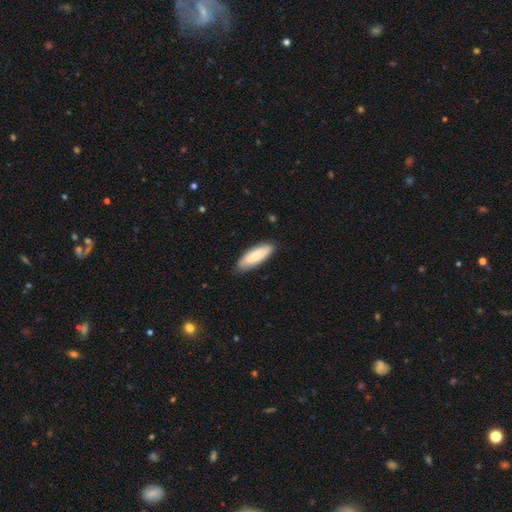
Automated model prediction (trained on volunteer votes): Overall: smooth (79%). How rounded: in between (61%; cigar-shaped 37%). Merging: none (82%).